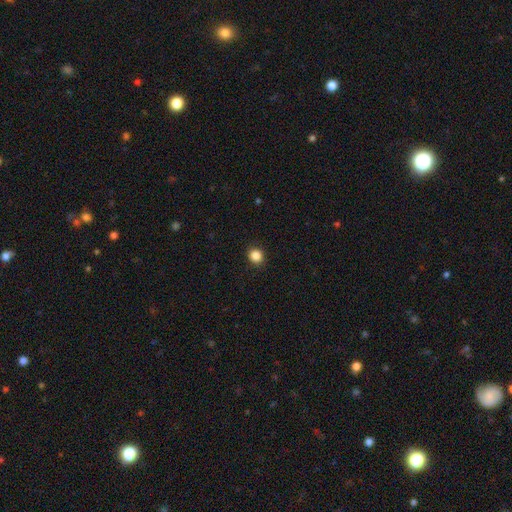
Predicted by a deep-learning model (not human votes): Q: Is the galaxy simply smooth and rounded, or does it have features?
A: smooth — 86%.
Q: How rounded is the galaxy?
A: round — 85%.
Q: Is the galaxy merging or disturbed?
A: none — 91%.